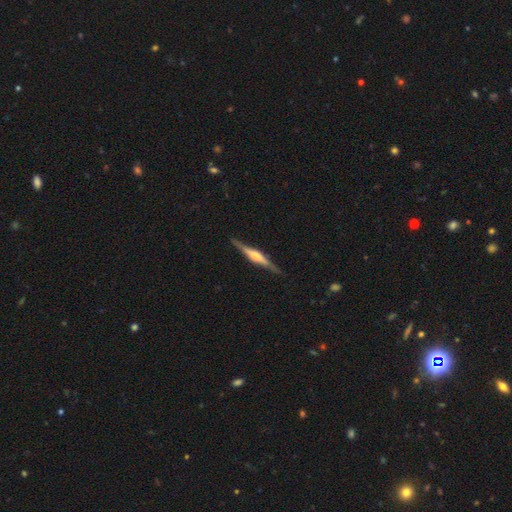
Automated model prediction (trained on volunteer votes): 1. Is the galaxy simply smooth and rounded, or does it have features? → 74% featured or disk, 20% smooth, 5% star or artifact.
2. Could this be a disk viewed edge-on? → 97% yes, 3% no.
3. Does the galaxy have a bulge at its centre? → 56% rounded, 36% boxy, 9% none.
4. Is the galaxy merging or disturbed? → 87% none, 9% minor disturbance, 2% major disturbance, 1% merger.